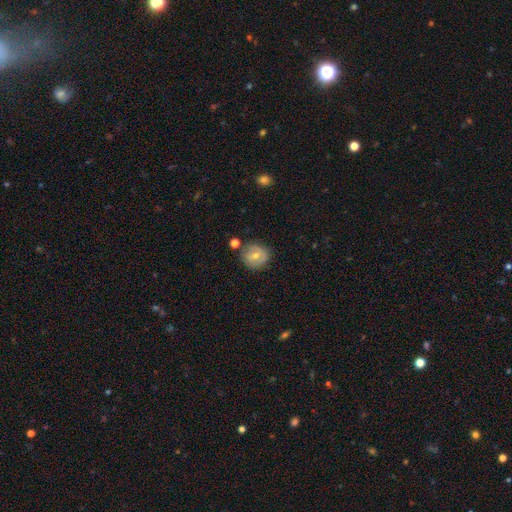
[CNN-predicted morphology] This is possibly a smooth galaxy (54%). How rounded: clearly round (84%). Merging: likely none (74%).